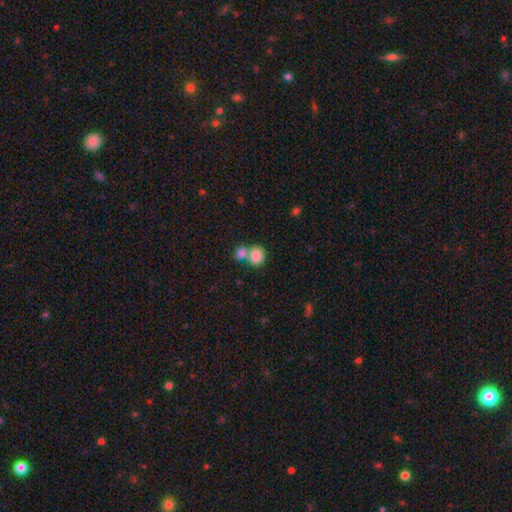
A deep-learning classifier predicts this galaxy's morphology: smooth_or_featured: smooth (p=0.84) [alt: star or artifact p=0.09]
how_rounded: round (p=0.69) [alt: in between p=0.30]
merging: merger (p=0.51) [alt: none p=0.38]